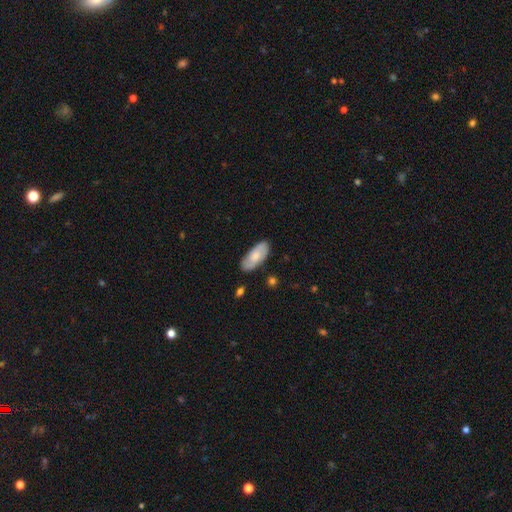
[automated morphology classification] This appears to be a smooth galaxy with no disk features (59%) that is in between round and cigar-shaped (86%). Merging: none (83%).